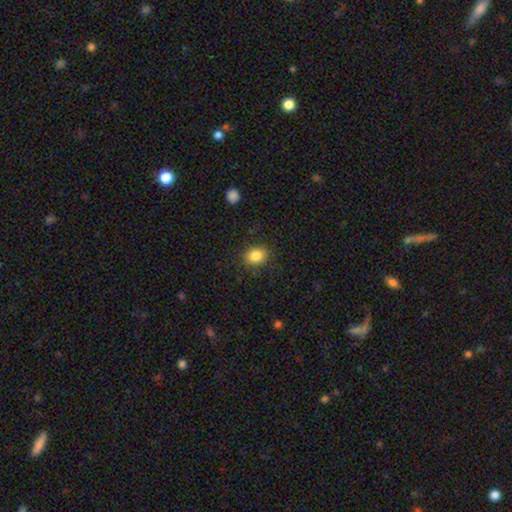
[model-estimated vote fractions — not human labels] The model was most divided on "how rounded": round: 56%, in between: 43%, cigar-shaped: 1%. More confident: merging — none (86%); smooth or featured — smooth (85%).